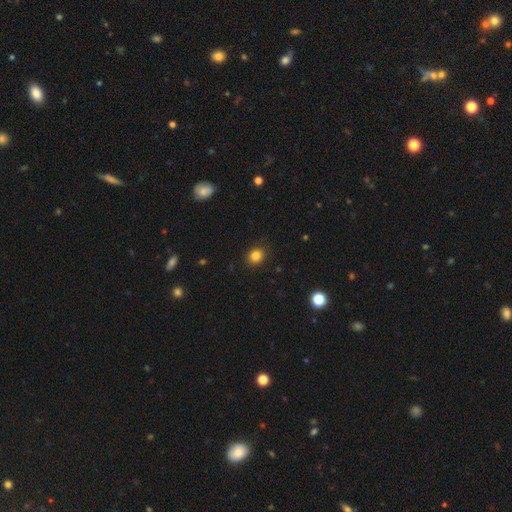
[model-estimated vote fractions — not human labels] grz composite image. It shows a smooth galaxy with no disk features (84%) that is round (74%). Merging: none (89%).